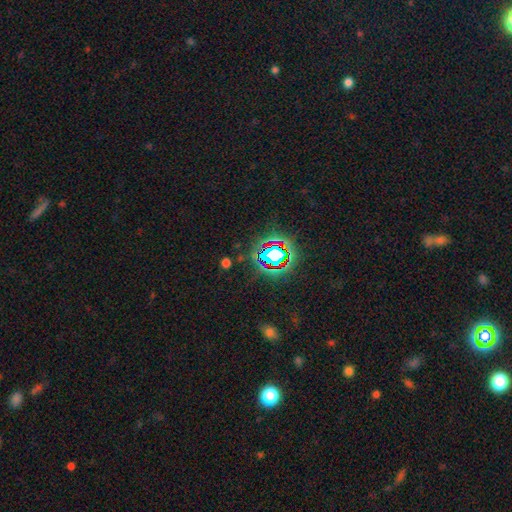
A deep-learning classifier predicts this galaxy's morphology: A star or artifact, not a galaxy (75%).

Vote fractions:
- Smooth or featured? star or artifact: 75% / smooth: 15% / featured or disk: 10%